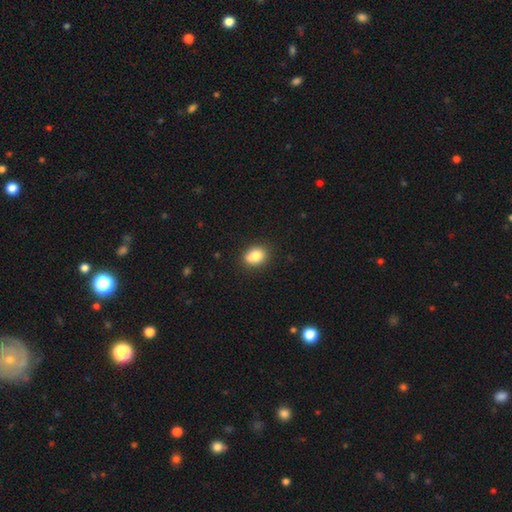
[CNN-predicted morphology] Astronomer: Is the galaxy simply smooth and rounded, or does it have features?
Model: smooth — 81%.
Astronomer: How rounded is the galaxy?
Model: in between — 51% (runner-up: round, 47%).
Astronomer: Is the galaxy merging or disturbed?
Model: none — 75%.